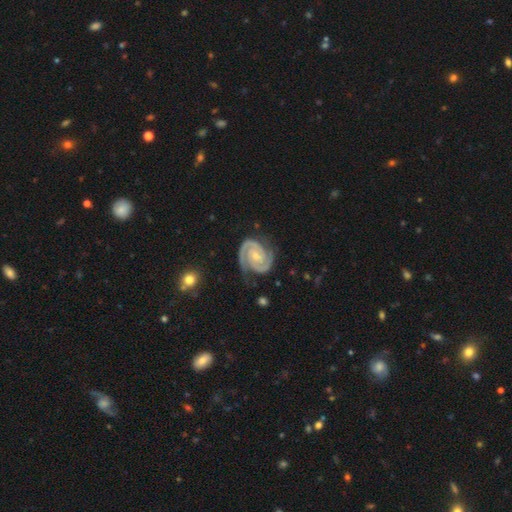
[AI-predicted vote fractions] Smooth or featured?
  - featured or disk: 93% *
  - star or artifact: 4%
  - smooth: 3%
Edge-on disk?
  - no: 98% *
  - yes: 2%
Bar?
  - no: 58% *
  - weak: 31%
  - strong: 12%
Spiral arms?
  - yes: 99% *
  - no: 1%
Spiral winding?
  - tight: 65% *
  - medium: 31%
  - loose: 4%
Spiral arm count?
  - 2: 92% *
  - 3: 3%
  - can't tell: 2%
  - 1: 1%
  - 4: 1%
  - more than 4: 1%
Bulge size?
  - small: 58% *
  - moderate: 35%
  - none: 5%
  - large: 2%
  - dominant: 1%
Merging?
  - none: 78% *
  - minor disturbance: 16%
  - major disturbance: 5%
  - merger: 2%